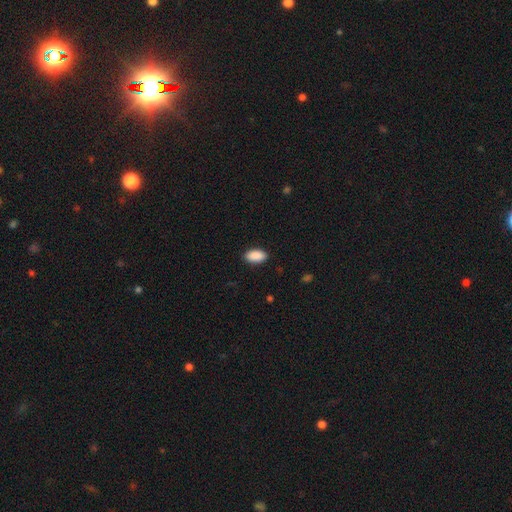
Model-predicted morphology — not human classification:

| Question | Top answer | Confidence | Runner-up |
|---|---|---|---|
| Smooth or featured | smooth | 91% | star or artifact (6%) |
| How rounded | in between | 94% | cigar-shaped (3%) |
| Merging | none | 89% | minor disturbance (9%) |